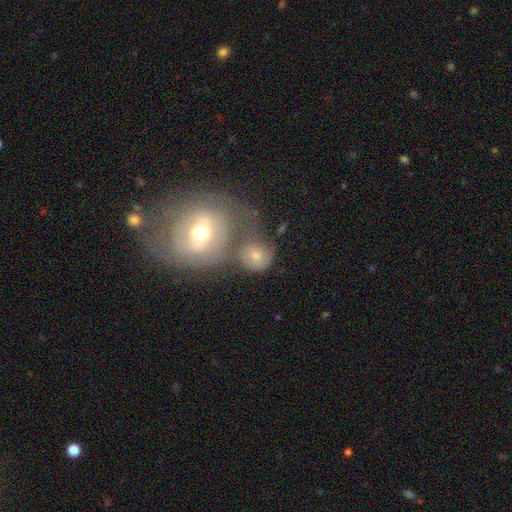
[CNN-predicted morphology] This is likely a smooth galaxy (65%). How rounded: likely round (78%). Merging: marginally none (39%).